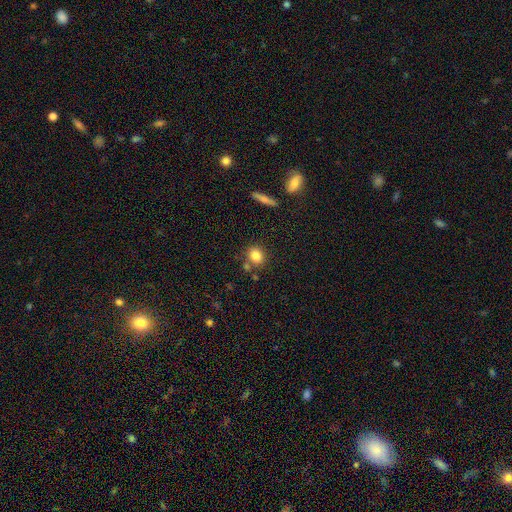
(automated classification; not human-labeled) Smooth or featured? smooth (82%)
How rounded? round (67%)
Merging? none (75%)